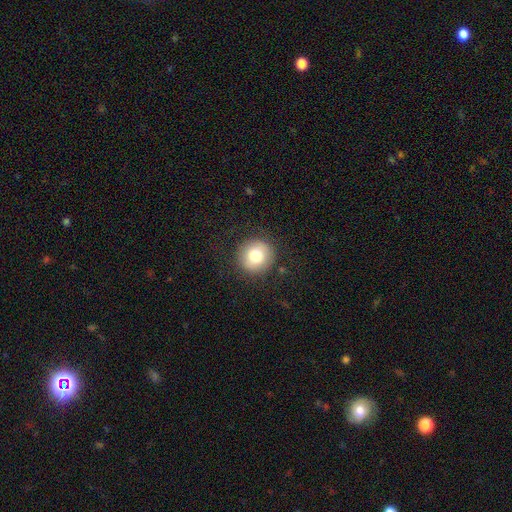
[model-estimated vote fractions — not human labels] Overall: smooth (77%). How rounded: round (93%). Merging: none (88%).